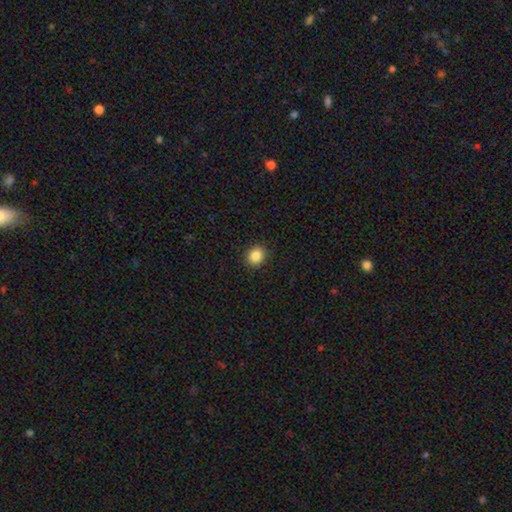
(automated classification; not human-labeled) Overall: smooth (86%). How rounded: round (65%; in between 34%). Merging: none (90%).